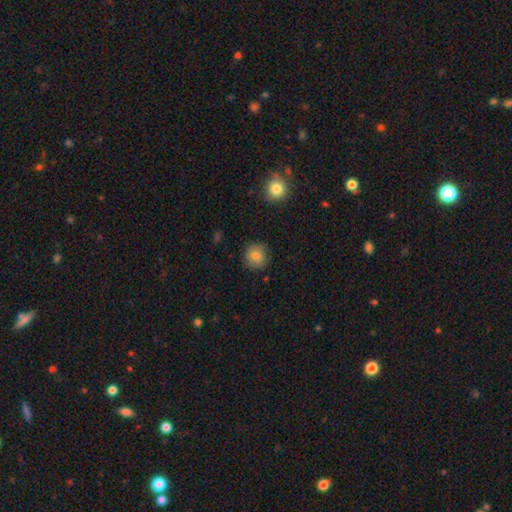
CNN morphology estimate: Smooth or featured?
  - smooth: 83% *
  - star or artifact: 9%
  - featured or disk: 8%
How rounded?
  - round: 89% *
  - in between: 10%
  - cigar-shaped: 1%
Merging?
  - none: 85% *
  - minor disturbance: 11%
  - major disturbance: 3%
  - merger: 1%